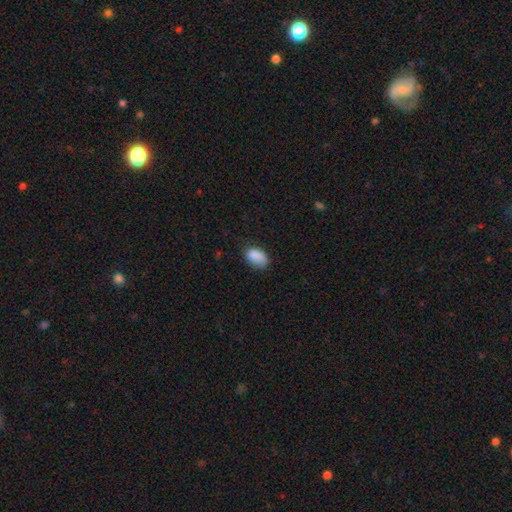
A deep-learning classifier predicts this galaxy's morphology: This is clearly a smooth galaxy (87%). How rounded: clearly in between (89%). Merging: likely none (66%).